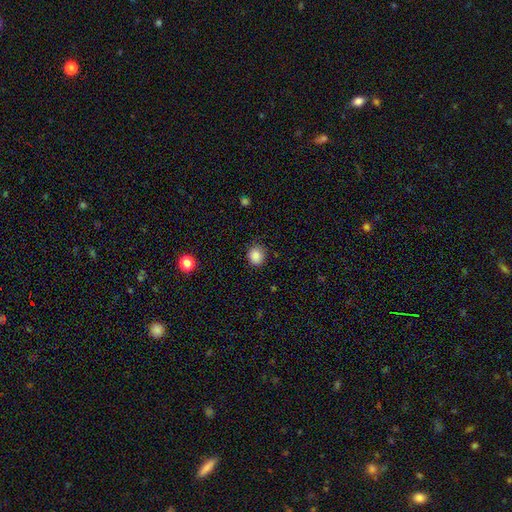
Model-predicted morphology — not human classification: The model was most divided on "how rounded": round: 76%, in between: 23%, cigar-shaped: 1%. More confident: smooth or featured — smooth (87%); merging — none (84%).